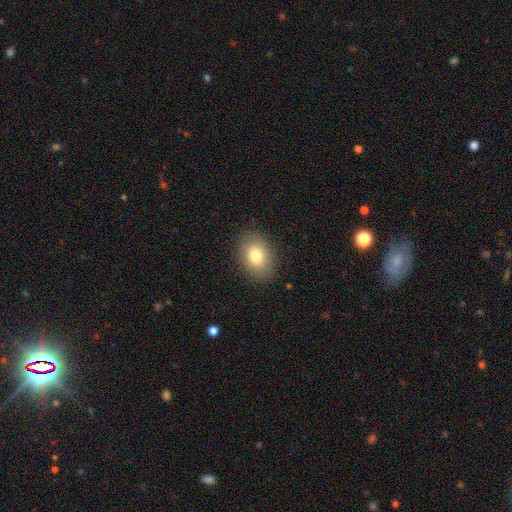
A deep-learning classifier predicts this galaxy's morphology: This appears to be a smooth galaxy with no disk features (80%) that is in between round and cigar-shaped (75%). Merging: none (87%).